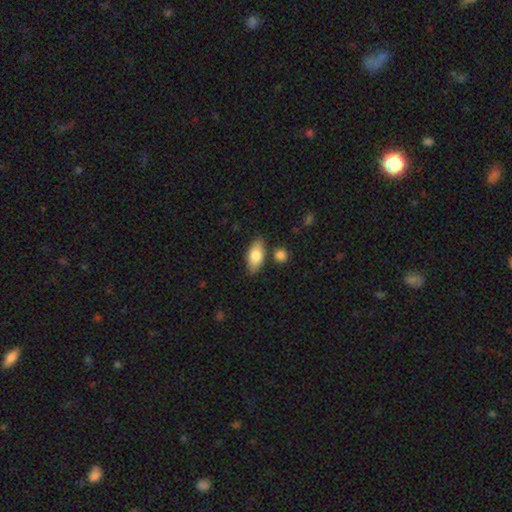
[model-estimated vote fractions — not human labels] Smooth or featured: smooth — 78% (featured or disk — 16%)
How rounded: in between — 87% (cigar-shaped — 9%)
Merging: none — 79% (minor disturbance — 12%)